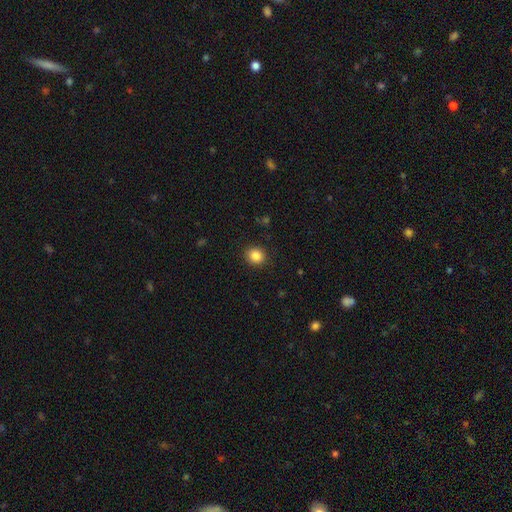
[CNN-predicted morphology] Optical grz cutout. It shows a smooth galaxy with no disk features (86%) that is round (83%). Merging: none (90%).